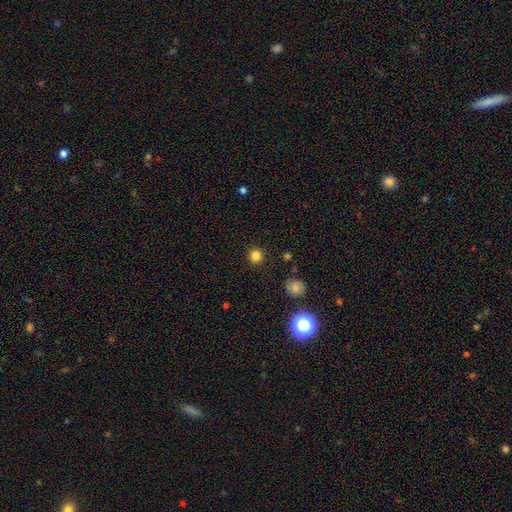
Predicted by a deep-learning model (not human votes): Q: Smooth or featured?
A: smooth (83%); runner-up: star or artifact (13%)
Q: How rounded?
A: round (93%); runner-up: in between (6%)
Q: Merging?
A: none (91%); runner-up: minor disturbance (5%)